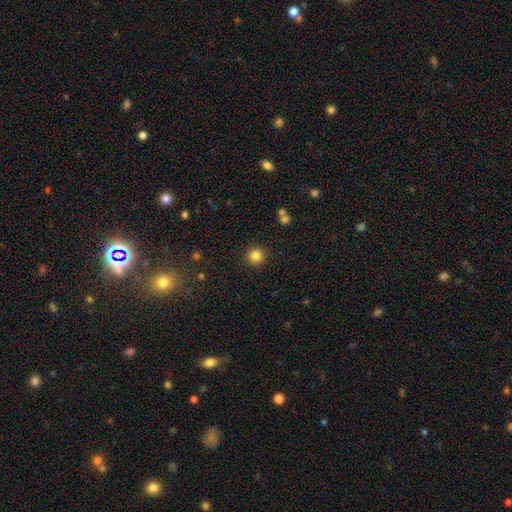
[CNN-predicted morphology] smooth-or-featured: smooth: 84% | star or artifact: 11% | featured or disk: 5%
  how-rounded: round: 95% | in between: 4% | cigar-shaped: 1%
  merging: none: 92% | minor disturbance: 5% | major disturbance: 2% | merger: 1%